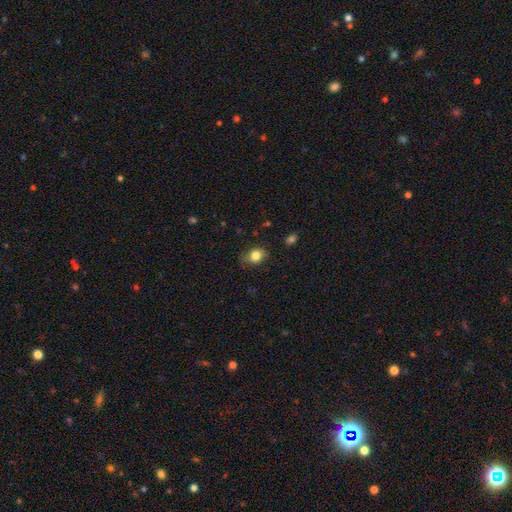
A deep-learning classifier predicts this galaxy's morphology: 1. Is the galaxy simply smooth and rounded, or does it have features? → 82% smooth, 10% star or artifact, 8% featured or disk.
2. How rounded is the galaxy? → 51% in between, 48% round, 1% cigar-shaped.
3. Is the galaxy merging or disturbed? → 72% none, 22% minor disturbance, 5% major disturbance, 1% merger.